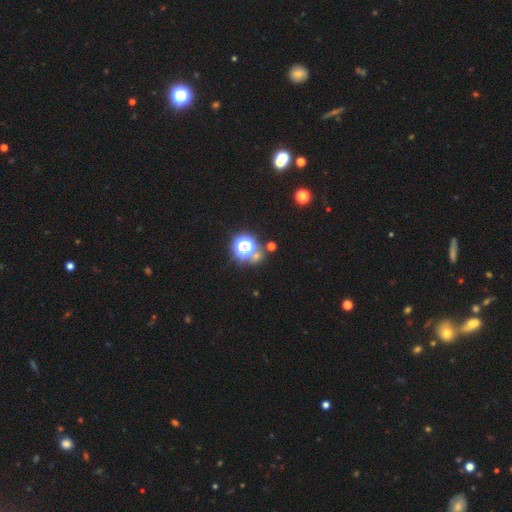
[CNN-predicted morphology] This is possibly a star or artifact rather than a galaxy (58%).